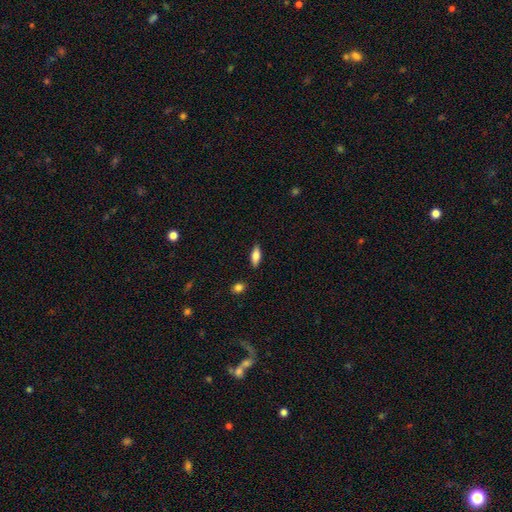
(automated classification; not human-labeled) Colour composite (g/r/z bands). It shows a smooth galaxy with no disk features (77%) that is in between round and cigar-shaped (71%). Merging: none (87%).